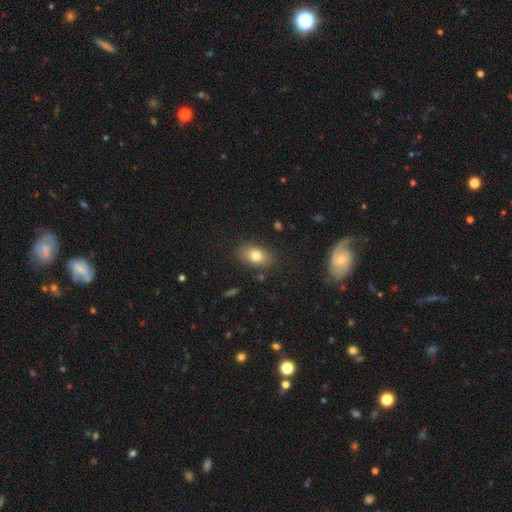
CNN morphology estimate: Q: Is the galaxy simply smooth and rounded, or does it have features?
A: smooth — 79%.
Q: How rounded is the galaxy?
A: in between — 82%.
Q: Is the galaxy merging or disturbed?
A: none — 83%.